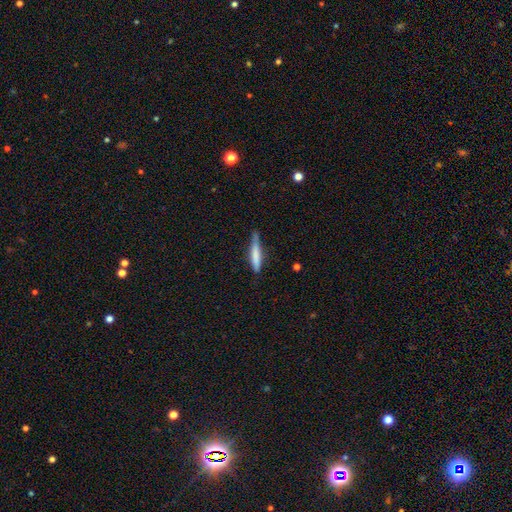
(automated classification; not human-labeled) A smooth galaxy with no disk features (72%) that is cigar-shaped (90%). Merging: none (63%).